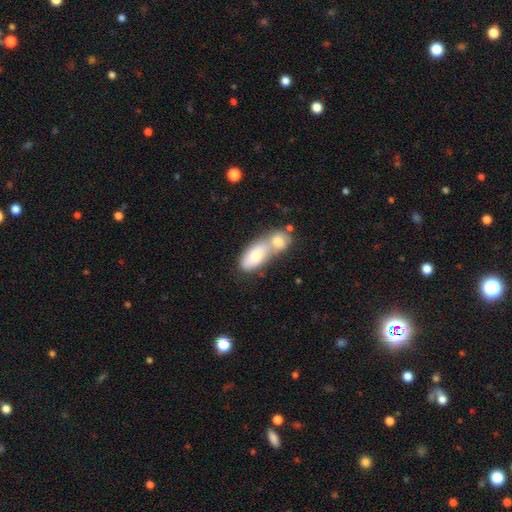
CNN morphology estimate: smooth-or-featured: smooth: 71% | featured or disk: 23% | star or artifact: 7%
  how-rounded: in between: 86% | round: 7% | cigar-shaped: 7%
  merging: merger: 71% | none: 19% | minor disturbance: 7% | major disturbance: 3%